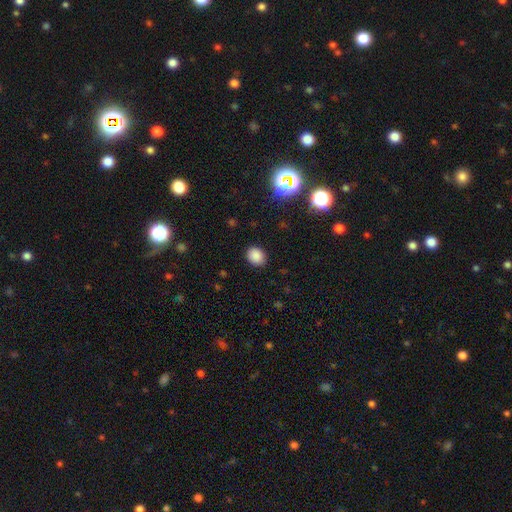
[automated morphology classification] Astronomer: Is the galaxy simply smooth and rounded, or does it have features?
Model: smooth — 85%.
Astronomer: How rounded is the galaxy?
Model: round — 52% (runner-up: in between, 47%).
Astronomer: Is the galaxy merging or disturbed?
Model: none — 87%.